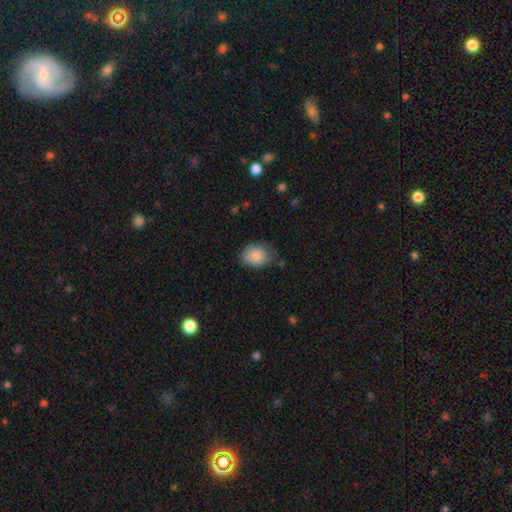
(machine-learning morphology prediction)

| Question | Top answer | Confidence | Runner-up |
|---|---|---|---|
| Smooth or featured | smooth | 85% | featured or disk (8%) |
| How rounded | in between | 59% | round (40%) |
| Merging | none | 66% | minor disturbance (27%) |